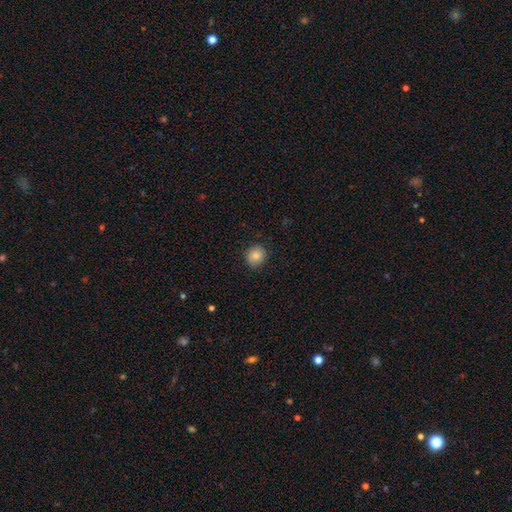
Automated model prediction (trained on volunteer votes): Overall: smooth (85%). How rounded: round (79%). Merging: none (87%).